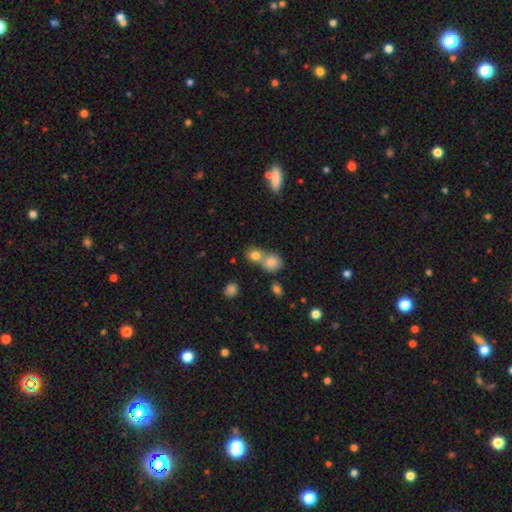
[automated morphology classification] A smooth galaxy with no disk features (79%) that is round (74%).

Vote fractions:
- Smooth or featured? smooth: 79% / star or artifact: 12% / featured or disk: 9%
- How rounded? round: 74% / in between: 25% / cigar-shaped: 1%
- Merging? merger: 52% / none: 39% / minor disturbance: 6% / major disturbance: 3%